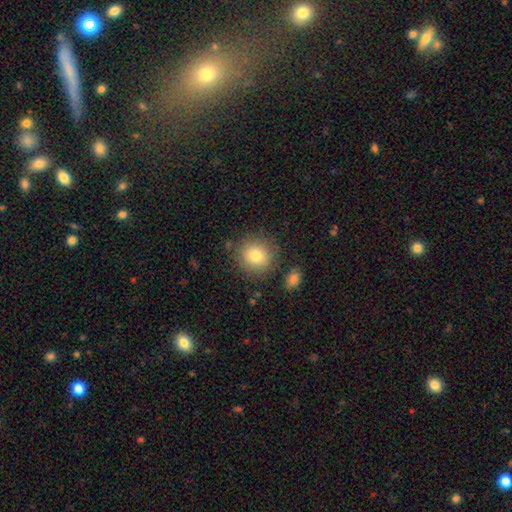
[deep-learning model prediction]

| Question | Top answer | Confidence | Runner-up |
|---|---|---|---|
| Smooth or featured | smooth | 80% | star or artifact (10%) |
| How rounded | round | 91% | in between (8%) |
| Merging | none | 83% | minor disturbance (10%) |